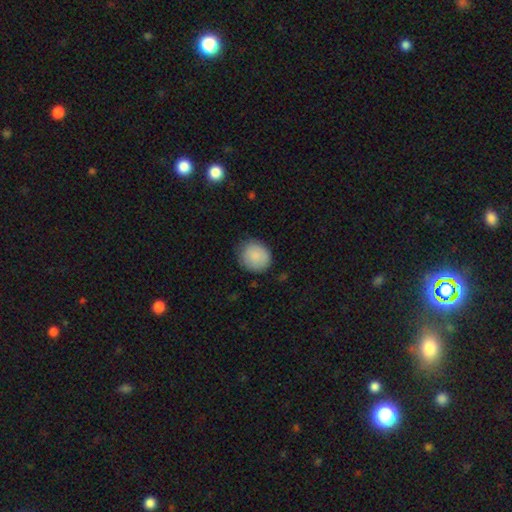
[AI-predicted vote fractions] Smooth or featured?
  - smooth: 88% *
  - star or artifact: 7%
  - featured or disk: 6%
How rounded?
  - round: 84% *
  - in between: 16%
  - cigar-shaped: 1%
Merging?
  - none: 80% *
  - minor disturbance: 15%
  - major disturbance: 3%
  - merger: 1%